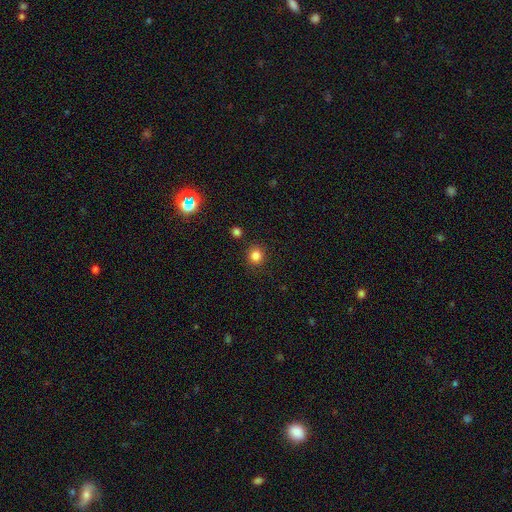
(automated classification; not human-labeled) This appears to be a smooth galaxy with no disk features (84%) that is round (88%). Merging: none (88%).